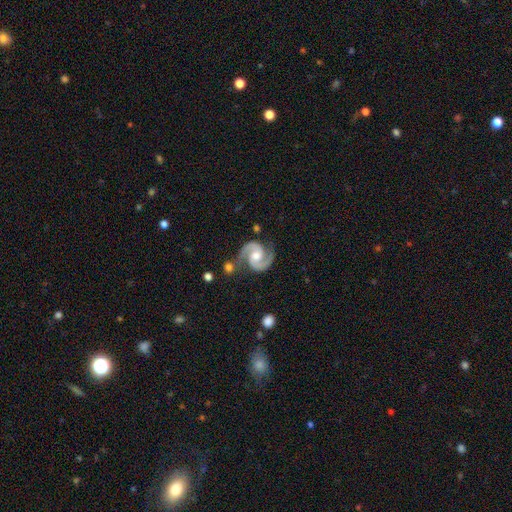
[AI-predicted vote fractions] A featured or disk galaxy (93%) with no bar (51%), 2 (95%) medium (63%) spiral arms (99%) and a moderate central bulge (69%).

Vote fractions:
- Smooth or featured? featured or disk: 93% / star or artifact: 4% / smooth: 3%
- Edge-on disk? no: 98% / yes: 2%
- Bar? no: 51% / weak: 37% / strong: 12%
- Spiral arms? yes: 99% / no: 1%
- Spiral winding? medium: 63% / tight: 24% / loose: 13%
- Spiral arm count? 2: 95% / can't tell: 1% / 3: 1% / 1: 1% / 4: 1% / more than 4: 1%
- Bulge size? moderate: 69% / small: 21% / large: 6% / none: 2% / dominant: 1%
- Merging? none: 75% / minor disturbance: 14% / merger: 6% / major disturbance: 4%